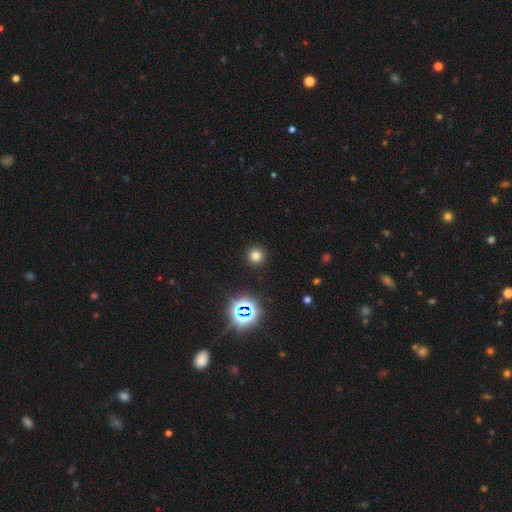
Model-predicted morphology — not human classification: A smooth galaxy with no disk features (74%) that is round (95%). Merging: none (92%).